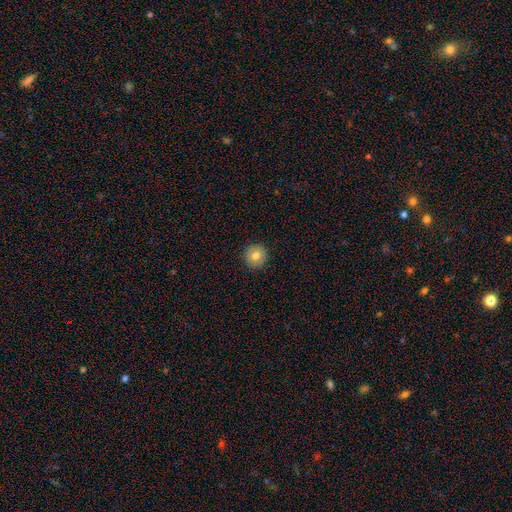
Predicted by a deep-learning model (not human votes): The model was most divided on "smooth or featured": smooth: 79%, featured or disk: 11%, star or artifact: 9%. More confident: how rounded — round (96%); merging — none (92%).